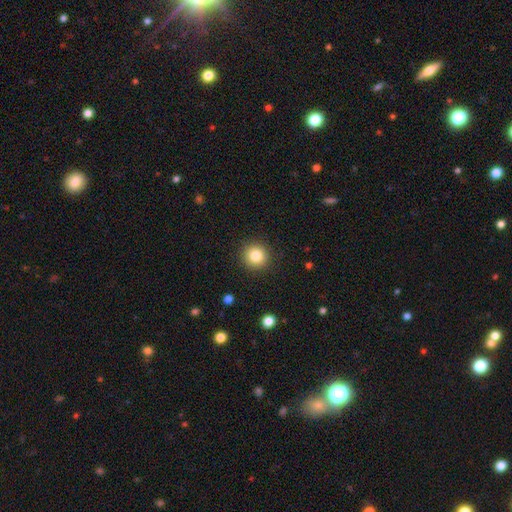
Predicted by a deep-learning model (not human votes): A smooth galaxy with no disk features (84%) that is round (93%).

Vote fractions:
- Smooth or featured? smooth: 84% / star or artifact: 10% / featured or disk: 6%
- How rounded? round: 93% / in between: 6% / cigar-shaped: 1%
- Merging? none: 91% / minor disturbance: 6% / major disturbance: 2% / merger: 1%